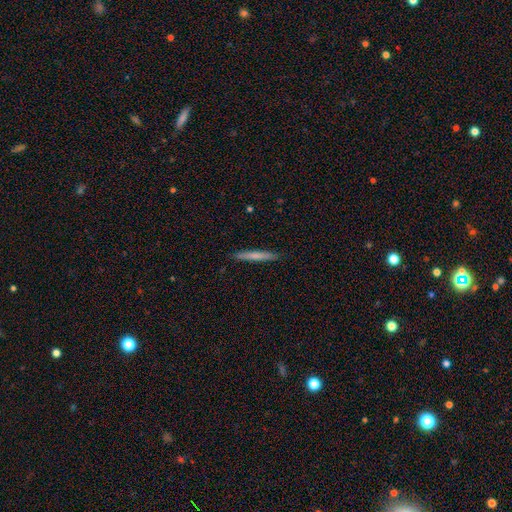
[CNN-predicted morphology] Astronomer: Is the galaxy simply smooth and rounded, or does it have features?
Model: smooth — 68%.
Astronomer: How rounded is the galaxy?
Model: cigar-shaped — 96%.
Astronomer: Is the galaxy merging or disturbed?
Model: none — 91%.